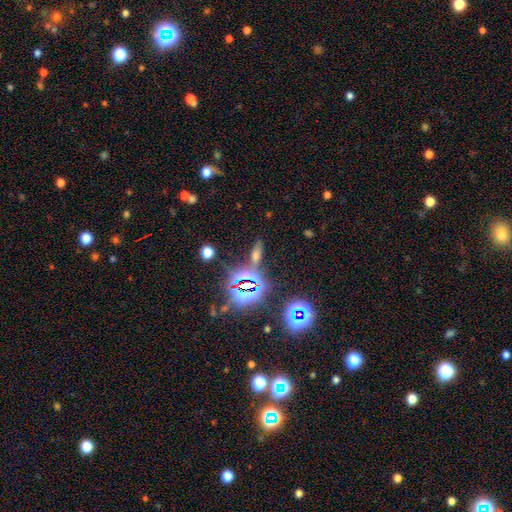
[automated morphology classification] smooth 44%, star or artifact 41%, featured or disk 15%. Down the decision tree: merging — none (72%).